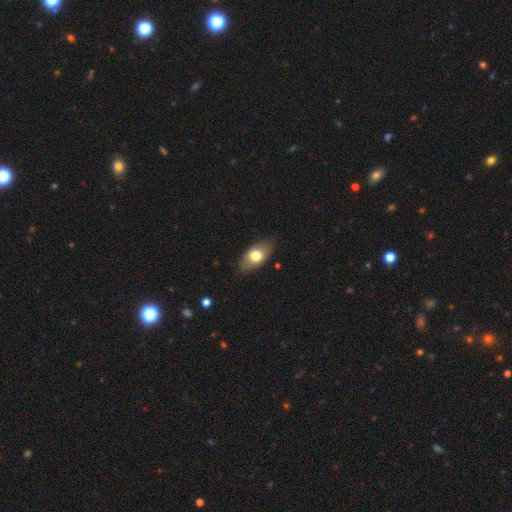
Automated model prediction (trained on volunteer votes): smooth 72%, featured or disk 21%, star or artifact 7%. Down the decision tree: how rounded — in between (89%); merging — none (84%).